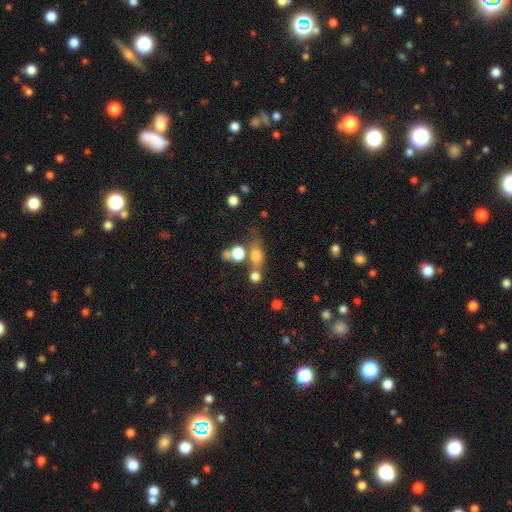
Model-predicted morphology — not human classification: This is likely a smooth galaxy (72%). How rounded: possibly in between (55%). Merging: possibly none (51%).